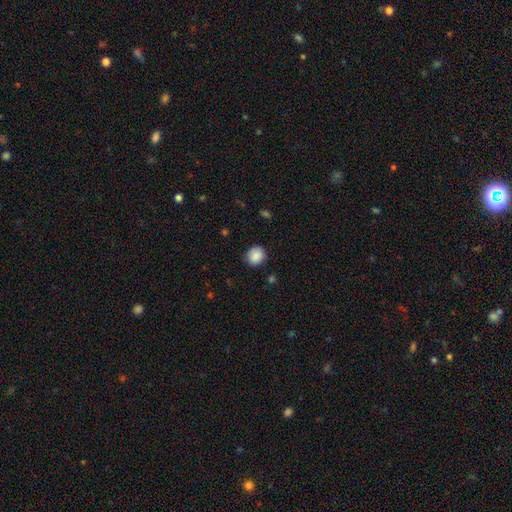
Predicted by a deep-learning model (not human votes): This is clearly a smooth galaxy (87%). How rounded: clearly round (83%). Merging: clearly none (84%).